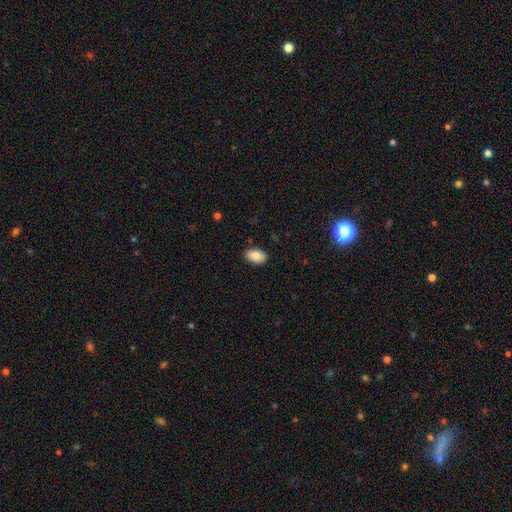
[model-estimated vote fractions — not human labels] A smooth galaxy with no disk features (87%) that is in between round and cigar-shaped (93%).

Vote fractions:
- Smooth or featured? smooth: 87% / star or artifact: 7% / featured or disk: 6%
- How rounded? in between: 93% / round: 6% / cigar-shaped: 1%
- Merging? none: 88% / minor disturbance: 9% / major disturbance: 2% / merger: 1%